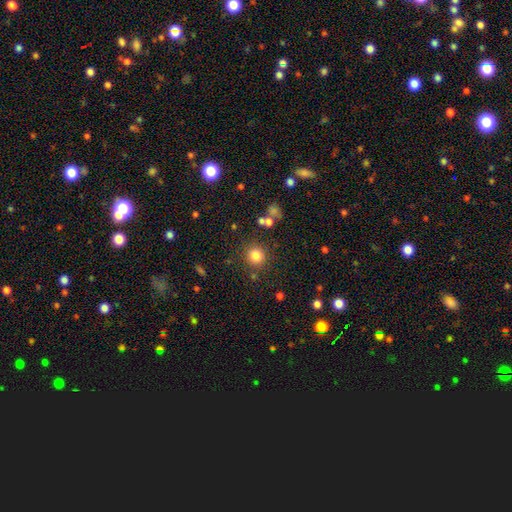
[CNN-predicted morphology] Smooth or featured? smooth (82%)
How rounded? round (93%)
Merging? none (85%)